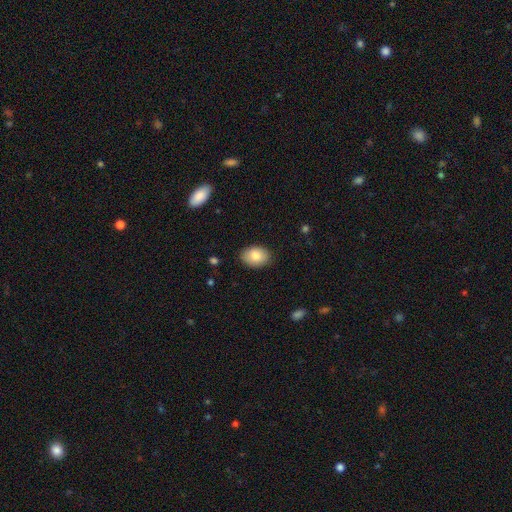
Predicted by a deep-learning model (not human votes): Q: Smooth or featured?
A: smooth (83%); runner-up: featured or disk (10%)
Q: How rounded?
A: in between (80%); runner-up: round (19%)
Q: Merging?
A: none (86%); runner-up: minor disturbance (11%)